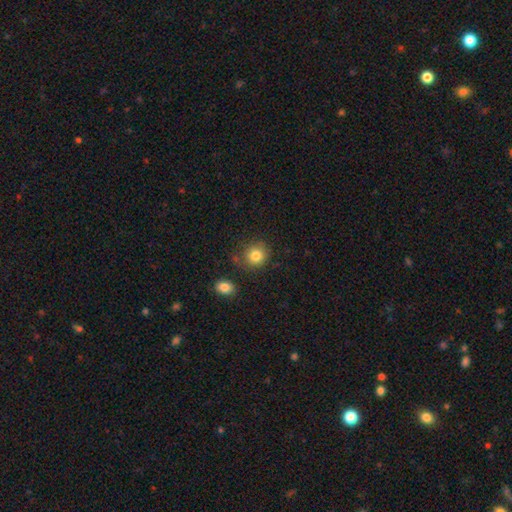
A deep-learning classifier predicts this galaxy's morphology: Smooth or featured: smooth — 83% (star or artifact — 10%)
How rounded: round — 87% (in between — 12%)
Merging: none — 77% (minor disturbance — 13%)